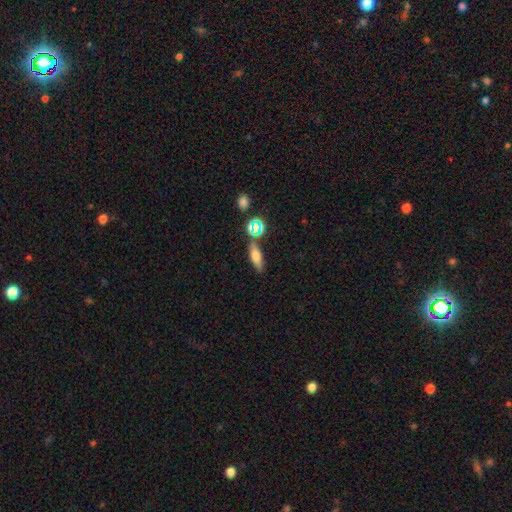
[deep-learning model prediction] This appears to be a smooth galaxy with no disk features (65%) that is in between round and cigar-shaped (53%). Merging: none (74%).